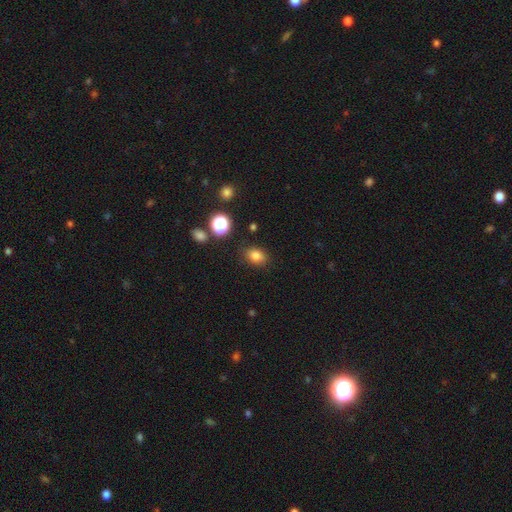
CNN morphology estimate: type=smooth (80%); roundness=in between (62%); merging=none (81%).